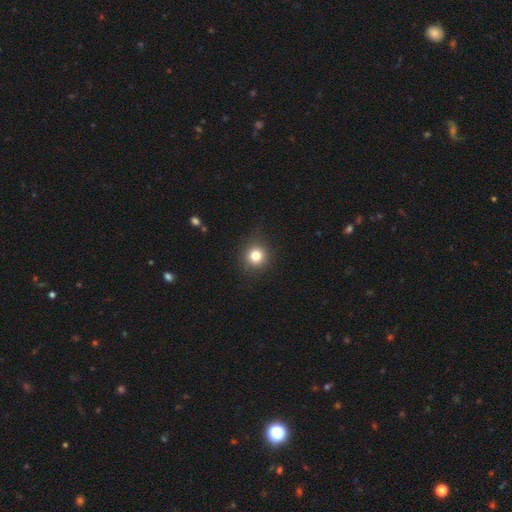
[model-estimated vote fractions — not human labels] This is clearly a smooth galaxy (82%). How rounded: clearly round (91%). Merging: clearly none (87%).